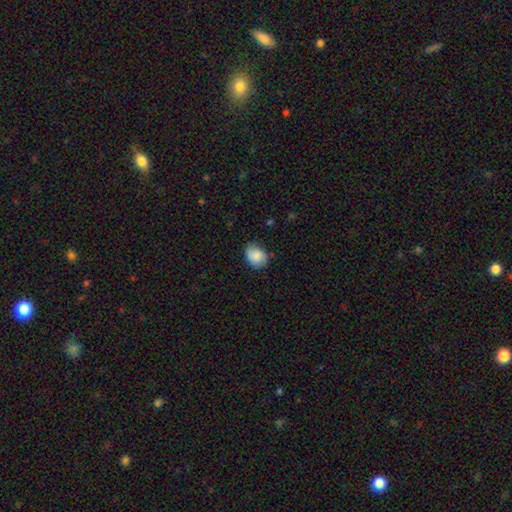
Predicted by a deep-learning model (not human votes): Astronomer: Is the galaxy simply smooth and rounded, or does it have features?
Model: smooth — 82%.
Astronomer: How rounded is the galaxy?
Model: in between — 50% (runner-up: round, 49%).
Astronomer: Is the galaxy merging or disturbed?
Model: none — 68%.